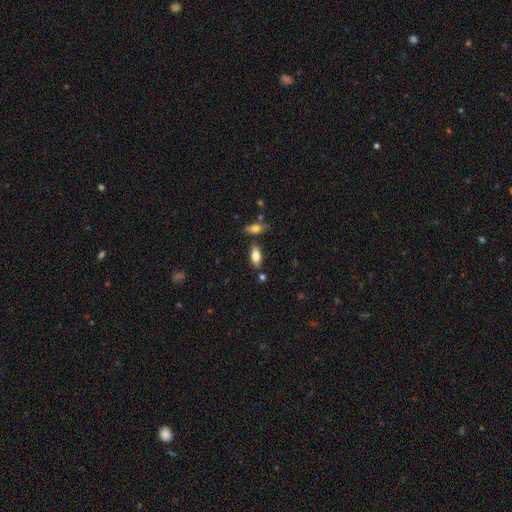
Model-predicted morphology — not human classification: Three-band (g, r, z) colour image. It shows a smooth galaxy with no disk features (81%) that is in between round and cigar-shaped (87%). Merging: none (77%).